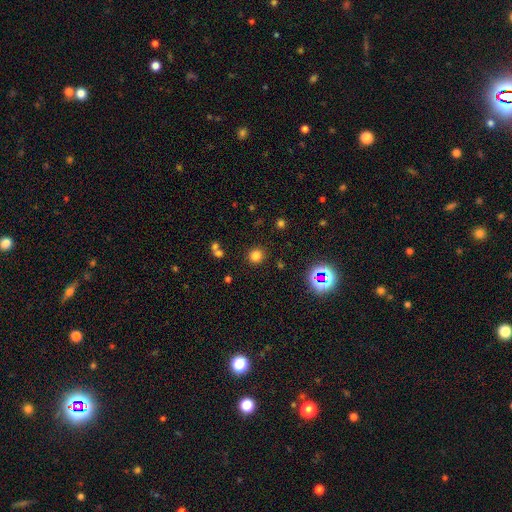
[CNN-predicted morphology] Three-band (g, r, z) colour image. It shows a smooth galaxy with no disk features (76%) that is round (90%). Merging: none (85%).